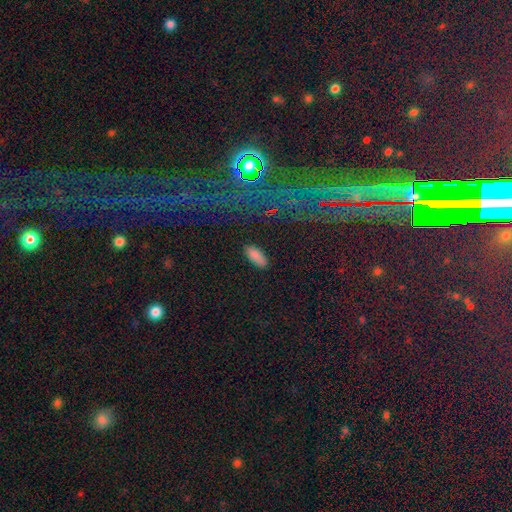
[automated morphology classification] A smooth galaxy with no disk features (86%) that is in between round and cigar-shaped (84%).

Vote fractions:
- Smooth or featured? smooth: 86% / star or artifact: 9% / featured or disk: 5%
- How rounded? in between: 84% / cigar-shaped: 14% / round: 2%
- Merging? none: 85% / minor disturbance: 11% / major disturbance: 2% / merger: 1%